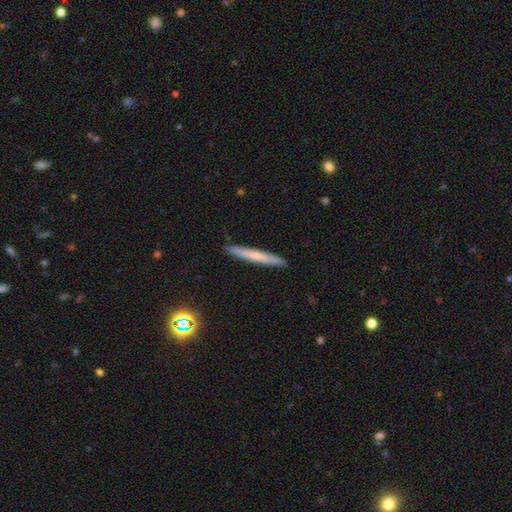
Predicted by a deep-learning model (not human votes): This is possibly a smooth galaxy (59%). How rounded: clearly cigar-shaped (96%). Merging: clearly none (91%).